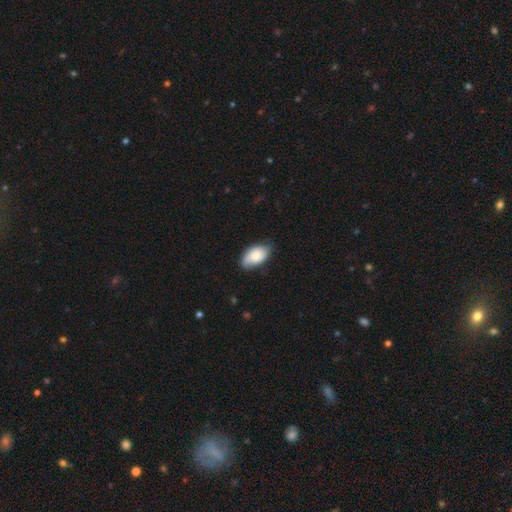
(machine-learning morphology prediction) Smooth or featured? Predicted: smooth (p=0.73). How rounded? Predicted: in between (p=0.94). Merging? Predicted: none (p=0.66).